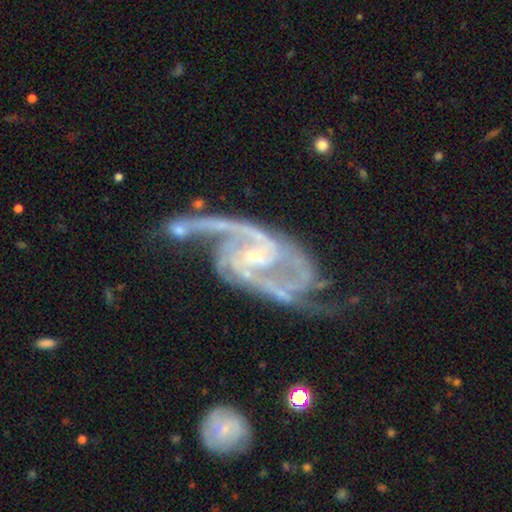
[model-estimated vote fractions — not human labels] This is clearly a featured or disk galaxy (93%). It is clearly not viewed edge-on (97%). Bar: marginally weak (41%). Spiral arm pattern: clearly yes (98%). Spiral arm count: likely 2 (74%). Spiral winding: possibly medium (53%). Central bulge: likely small (72%). Merging: marginally none (42%).